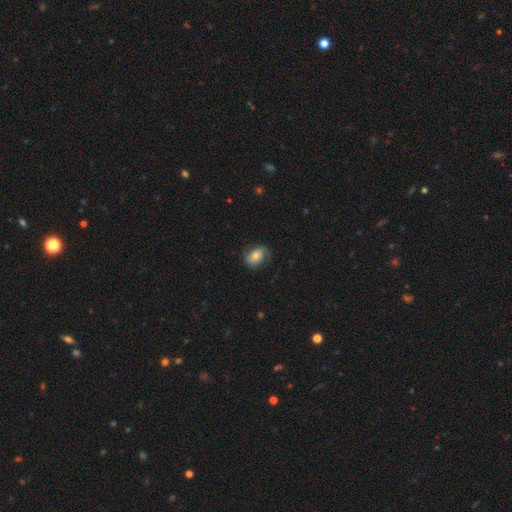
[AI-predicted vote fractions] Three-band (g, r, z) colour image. It shows a smooth galaxy with no disk features (50%) that is in between round and cigar-shaped (68%). Merging: none (68%).